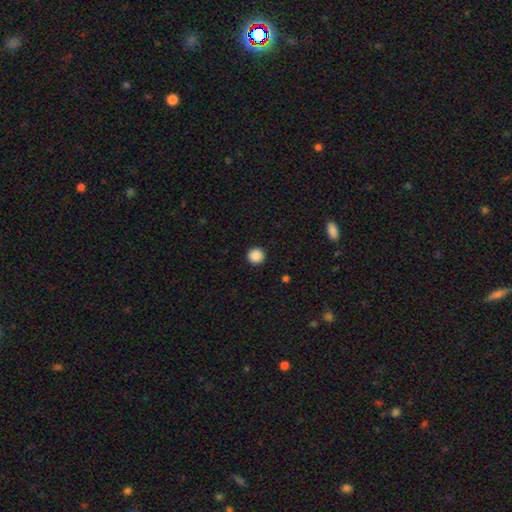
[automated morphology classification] This is clearly a smooth galaxy (89%). How rounded: clearly round (96%). Merging: clearly none (93%).